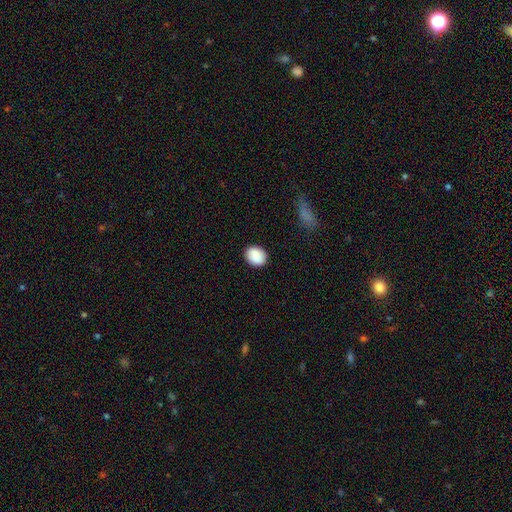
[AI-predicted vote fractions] Q: Smooth or featured?
A: smooth (84%); runner-up: featured or disk (9%)
Q: How rounded?
A: round (51%); runner-up: in between (48%)
Q: Merging?
A: none (85%); runner-up: minor disturbance (11%)